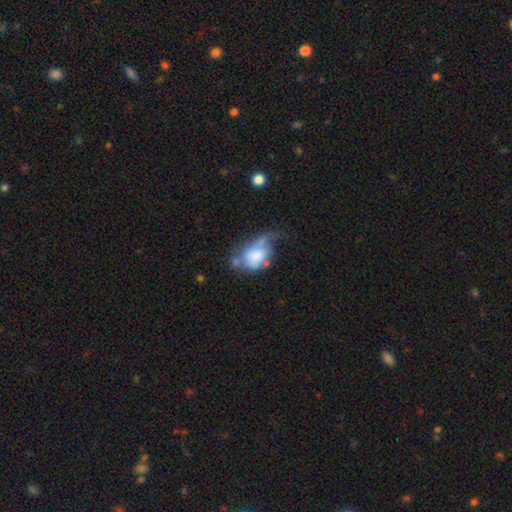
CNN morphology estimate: smooth 56%, featured or disk 36%, star or artifact 8%. Down the decision tree: how rounded — in between (78%); merging — major disturbance (40%).